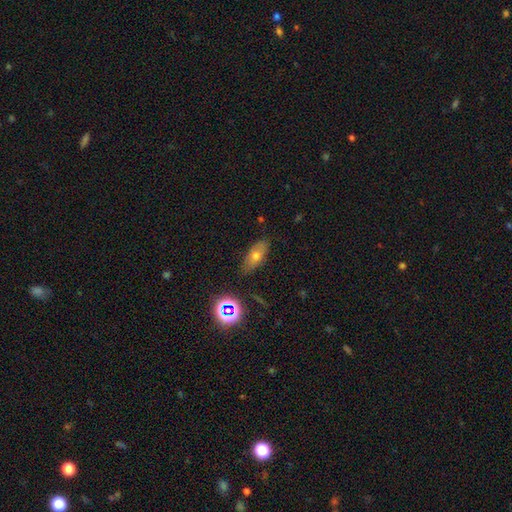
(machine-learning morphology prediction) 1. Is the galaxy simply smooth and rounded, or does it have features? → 58% smooth, 26% featured or disk, 16% star or artifact.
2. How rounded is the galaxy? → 81% in between, 12% cigar-shaped, 8% round.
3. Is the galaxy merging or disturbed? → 79% none, 16% minor disturbance, 3% major disturbance, 2% merger.